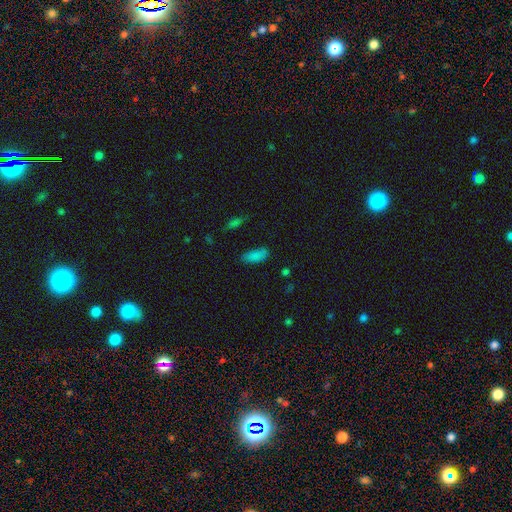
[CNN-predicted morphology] This is clearly a smooth galaxy (83%). How rounded: clearly in between (82%). Merging: likely none (75%).